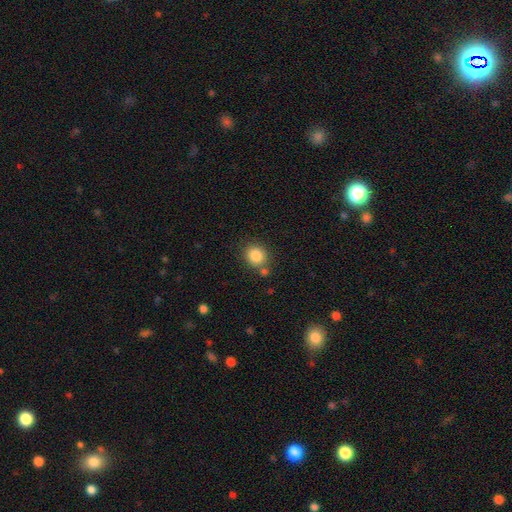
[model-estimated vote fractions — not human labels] Smooth or featured? smooth (85%)
How rounded? round (81%)
Merging? none (77%)